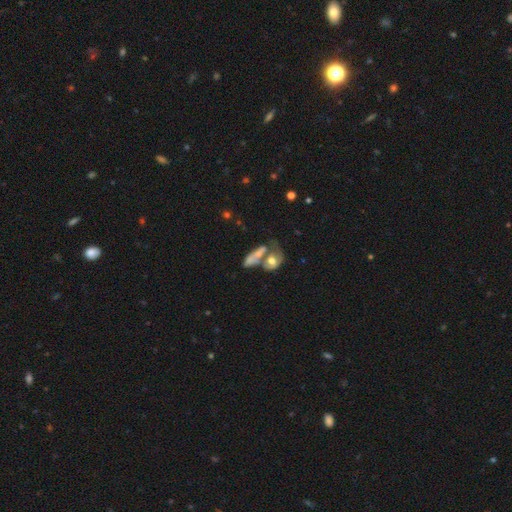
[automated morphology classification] Overall: smooth (53%; featured or disk 37%). How rounded: in between (70%). Merging: merger (60%).